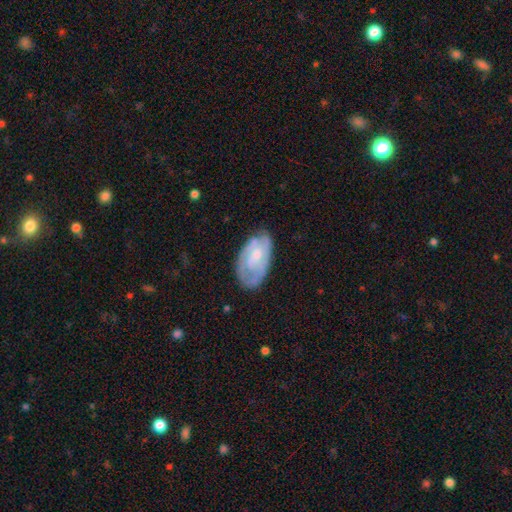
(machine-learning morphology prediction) Smooth or featured?
  - featured or disk: 59% *
  - smooth: 35%
  - star or artifact: 6%
Edge-on disk?
  - no: 95% *
  - yes: 5%
Bar?
  - no: 65% *
  - weak: 30%
  - strong: 5%
Spiral arms?
  - yes: 70% *
  - no: 30%
Bulge size?
  - small: 45% *
  - moderate: 36%
  - none: 14%
  - large: 4%
  - dominant: 1%
Merging?
  - none: 63% *
  - minor disturbance: 26%
  - major disturbance: 9%
  - merger: 2%